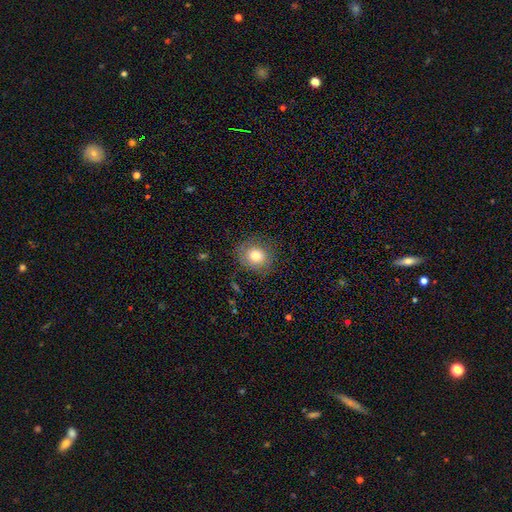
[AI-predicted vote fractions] Smooth or featured: smooth — 78% (featured or disk — 12%)
How rounded: round — 81% (in between — 18%)
Merging: none — 79% (minor disturbance — 14%)